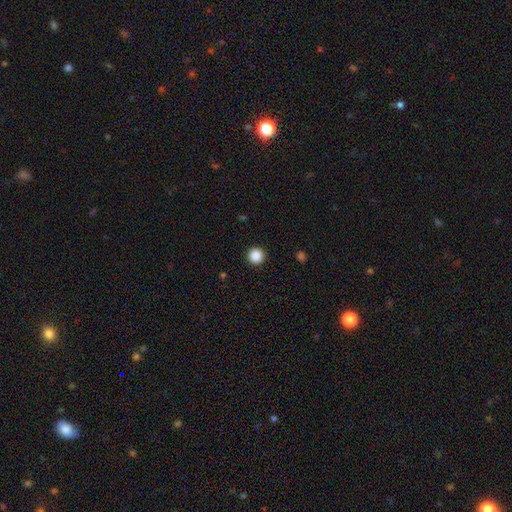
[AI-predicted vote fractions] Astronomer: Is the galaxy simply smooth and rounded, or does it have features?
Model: smooth — 88%.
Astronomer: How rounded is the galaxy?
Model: round — 96%.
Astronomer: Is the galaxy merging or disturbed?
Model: none — 93%.